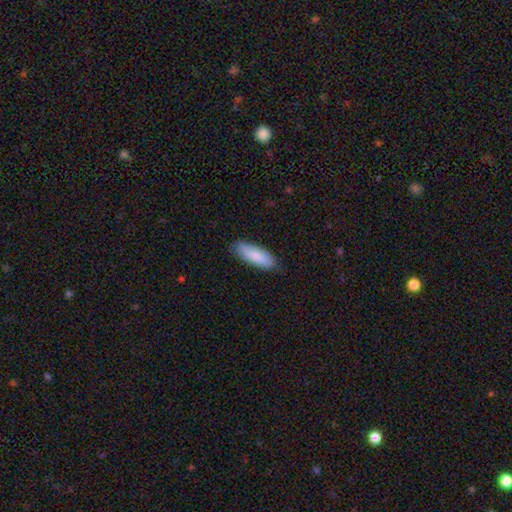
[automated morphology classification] This appears to be a smooth galaxy with no disk features (85%) that is in between round and cigar-shaped (60%). Merging: none (83%).